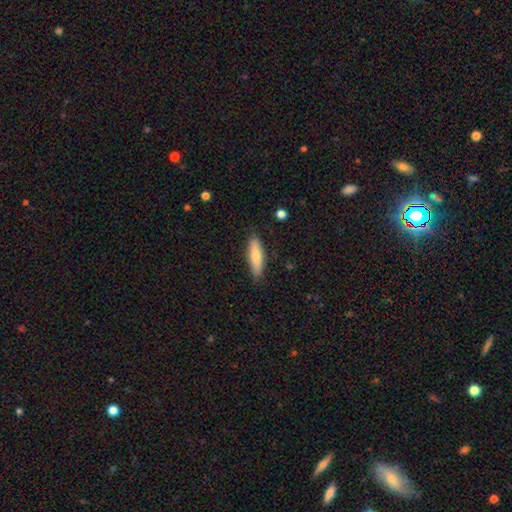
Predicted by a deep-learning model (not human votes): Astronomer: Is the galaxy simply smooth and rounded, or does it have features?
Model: smooth — 73%.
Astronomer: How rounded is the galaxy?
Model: cigar-shaped — 62%.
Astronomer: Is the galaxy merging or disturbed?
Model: none — 84%.